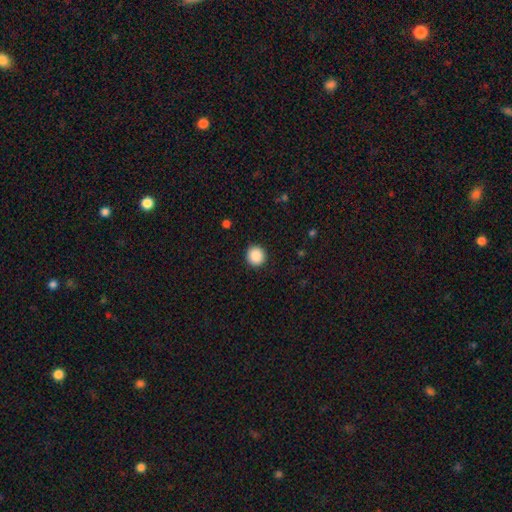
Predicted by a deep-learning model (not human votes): smooth-or-featured: smooth: 89% | star or artifact: 8% | featured or disk: 2%
  how-rounded: round: 93% | in between: 6% | cigar-shaped: 1%
  merging: none: 92% | minor disturbance: 5% | major disturbance: 2% | merger: 1%